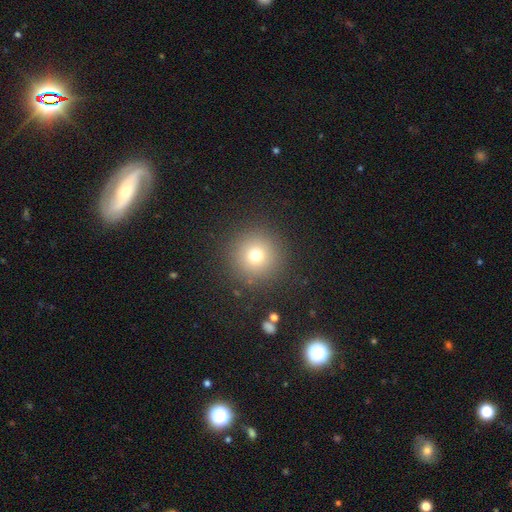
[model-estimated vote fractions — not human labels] A smooth galaxy with no disk features (72%) that is round (96%). Merging: none (89%).